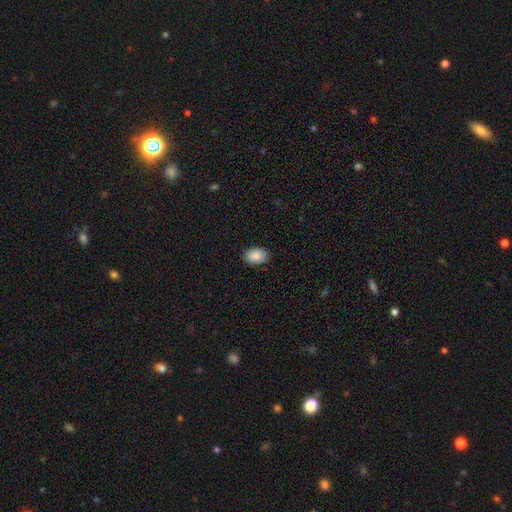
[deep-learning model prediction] This is clearly a smooth galaxy (89%). How rounded: clearly in between (85%). Merging: clearly none (89%).